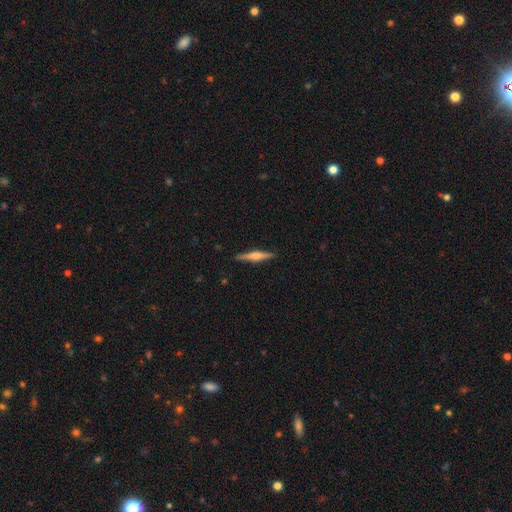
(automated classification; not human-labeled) Smooth or featured: featured or disk — 65% (smooth — 30%)
Edge-on disk: yes — 98% (no — 2%)
Edge-on bulge: rounded — 81% (boxy — 12%)
Merging: none — 90% (minor disturbance — 7%)